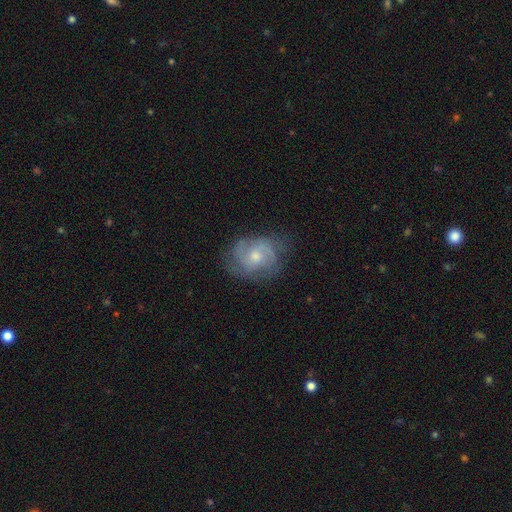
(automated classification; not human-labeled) Smooth or featured?
  - featured or disk: 72% *
  - smooth: 21%
  - star or artifact: 7%
Edge-on disk?
  - no: 97% *
  - yes: 3%
Bar?
  - no: 68% *
  - weak: 28%
  - strong: 4%
Spiral arms?
  - yes: 89% *
  - no: 11%
Spiral winding?
  - medium: 45% *
  - tight: 39%
  - loose: 16%
Spiral arm count?
  - 2: 40% *
  - can't tell: 25%
  - 3: 22%
  - 4: 5%
  - 1: 4%
  - more than 4: 3%
Bulge size?
  - moderate: 52% *
  - small: 43%
  - large: 3%
  - none: 2%
  - dominant: 1%
Merging?
  - none: 65% *
  - minor disturbance: 23%
  - major disturbance: 11%
  - merger: 1%